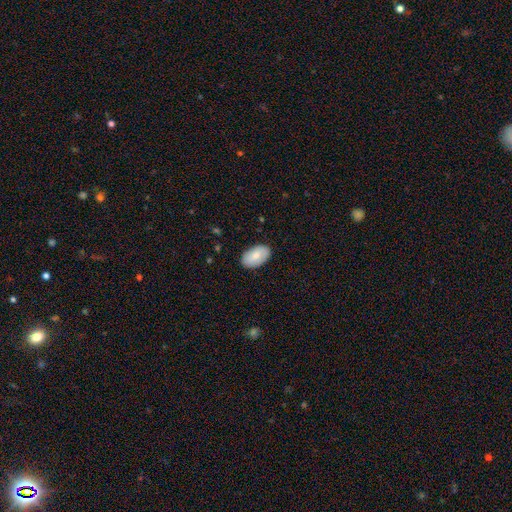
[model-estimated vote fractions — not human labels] Smooth or featured? Predicted: smooth (p=0.80). How rounded? Predicted: in between (p=0.94). Merging? Predicted: none (p=0.87).